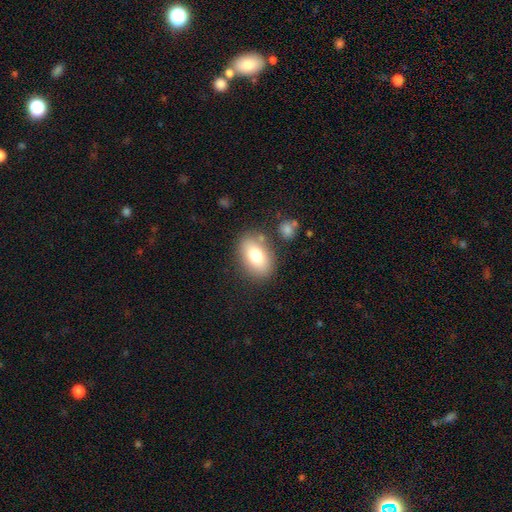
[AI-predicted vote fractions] A smooth galaxy with no disk features (76%) that is in between round and cigar-shaped (86%).

Vote fractions:
- Smooth or featured? smooth: 76% / featured or disk: 16% / star or artifact: 8%
- How rounded? in between: 86% / round: 13% / cigar-shaped: 2%
- Merging? none: 79% / minor disturbance: 12% / merger: 5% / major disturbance: 4%